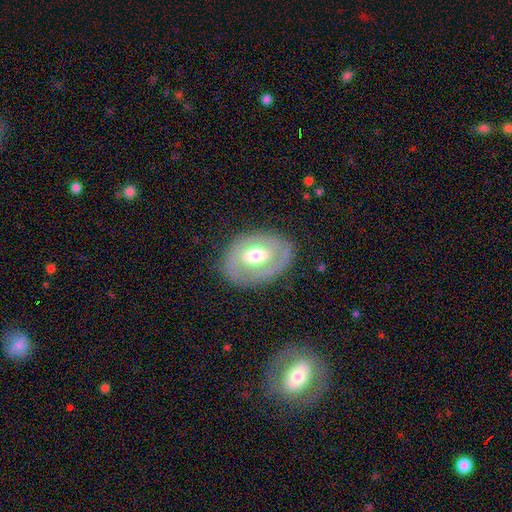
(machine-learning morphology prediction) A featured or disk galaxy (58%) with no bar (58%), no spiral arms (71%) and a moderate central bulge (63%).

Vote fractions:
- Smooth or featured? featured or disk: 58% / smooth: 36% / star or artifact: 6%
- Edge-on disk? no: 93% / yes: 7%
- Bar? no: 58% / weak: 29% / strong: 13%
- Spiral arms? no: 71% / yes: 29%
- Bulge size? moderate: 63% / large: 24% / small: 9% / dominant: 2% / none: 1%
- Merging? none: 78% / minor disturbance: 14% / major disturbance: 7% / merger: 1%